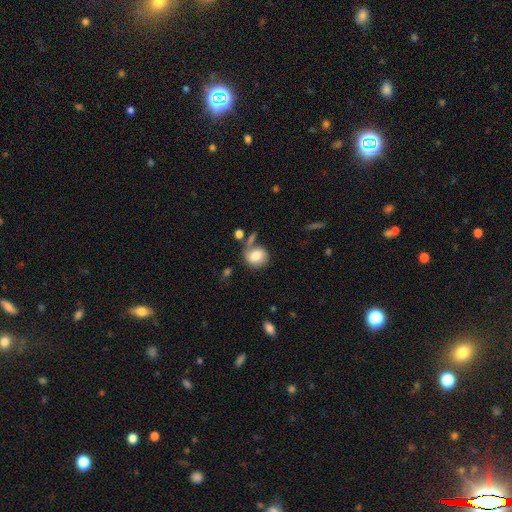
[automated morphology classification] Smooth or featured? Predicted: smooth (p=0.65). How rounded? Predicted: round (p=0.68). Merging? Predicted: none (p=0.47).